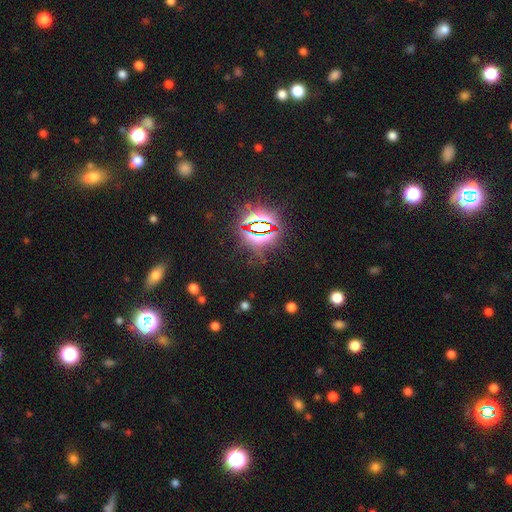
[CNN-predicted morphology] Smooth or featured? Predicted: star or artifact (p=0.82).